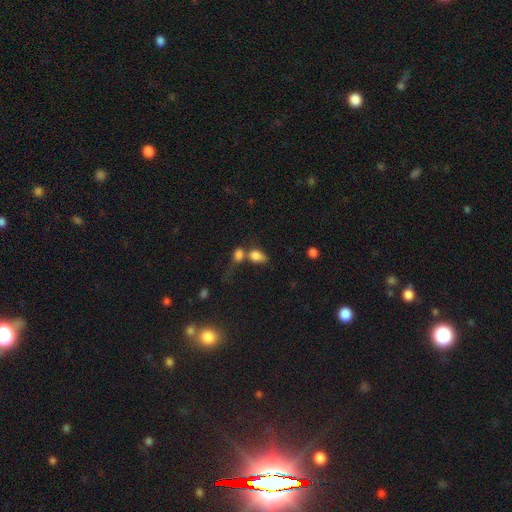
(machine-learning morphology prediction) type=smooth (80%); roundness=in between (79%); merging=merger (54%).